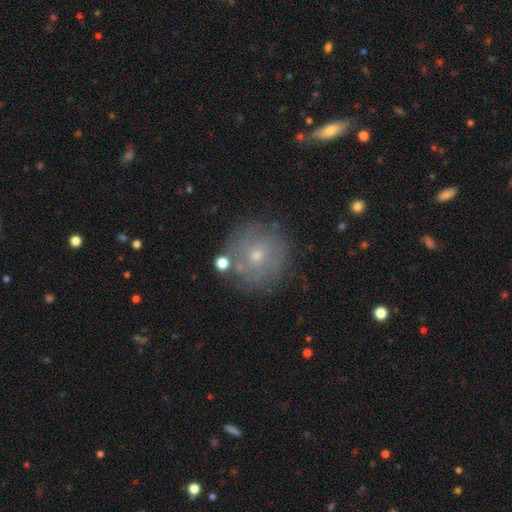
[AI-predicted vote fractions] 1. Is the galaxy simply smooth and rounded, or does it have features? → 47% featured or disk, 39% smooth, 14% star or artifact.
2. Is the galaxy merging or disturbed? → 78% none, 13% minor disturbance, 5% major disturbance, 4% merger.